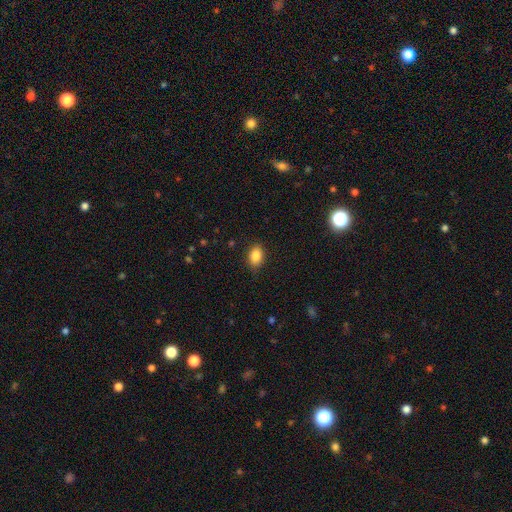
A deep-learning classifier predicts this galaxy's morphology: Smooth or featured? Predicted: smooth (p=0.87). How rounded? Predicted: in between (p=0.82). Merging? Predicted: none (p=0.85).